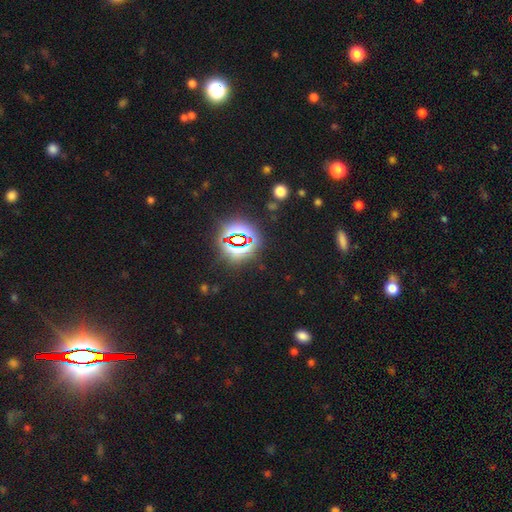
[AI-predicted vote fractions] A star or artifact, not a galaxy (81%).

Vote fractions:
- Smooth or featured? star or artifact: 81% / smooth: 12% / featured or disk: 7%